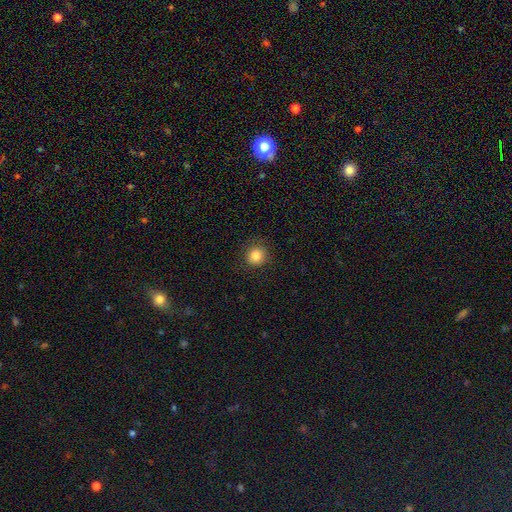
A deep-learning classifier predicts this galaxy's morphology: smooth 84%, star or artifact 11%, featured or disk 5%. Down the decision tree: how rounded — round (91%); merging — none (89%).